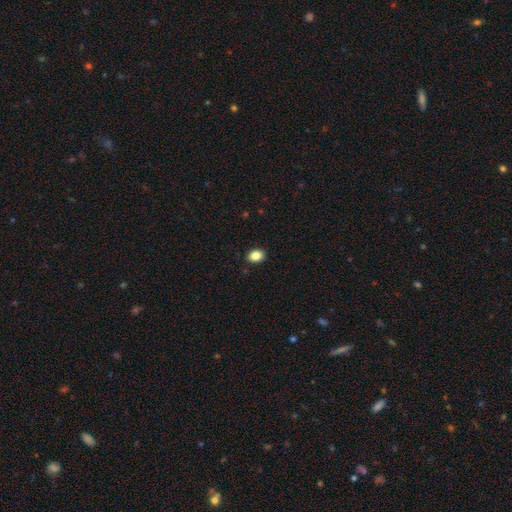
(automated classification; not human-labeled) smooth_or_featured: smooth (p=0.85) [alt: star or artifact p=0.09]
how_rounded: in between (p=0.68) [alt: round p=0.31]
merging: none (p=0.90) [alt: minor disturbance p=0.07]